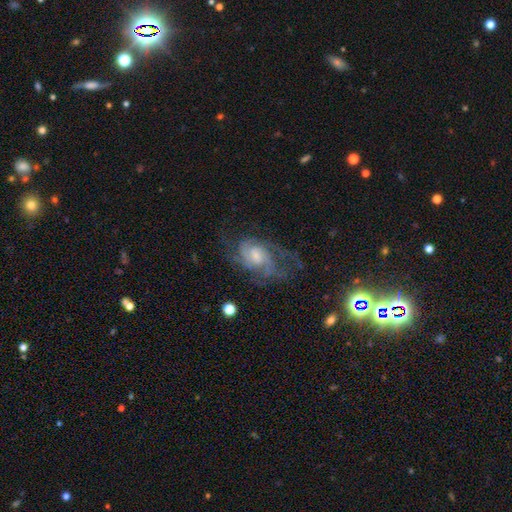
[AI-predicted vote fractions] Smooth or featured?
  - featured or disk: 79% *
  - smooth: 13%
  - star or artifact: 7%
Edge-on disk?
  - no: 97% *
  - yes: 3%
Bar?
  - no: 47% *
  - weak: 45%
  - strong: 8%
Spiral arms?
  - yes: 91% *
  - no: 9%
Spiral winding?
  - medium: 45% *
  - tight: 37%
  - loose: 18%
Spiral arm count?
  - can't tell: 36% *
  - 2: 27%
  - 3: 17%
  - 4: 8%
  - 1: 6%
  - more than 4: 5%
Bulge size?
  - small: 52% *
  - moderate: 35%
  - none: 7%
  - large: 5%
  - dominant: 1%
Merging?
  - none: 50% *
  - major disturbance: 28%
  - minor disturbance: 20%
  - merger: 2%